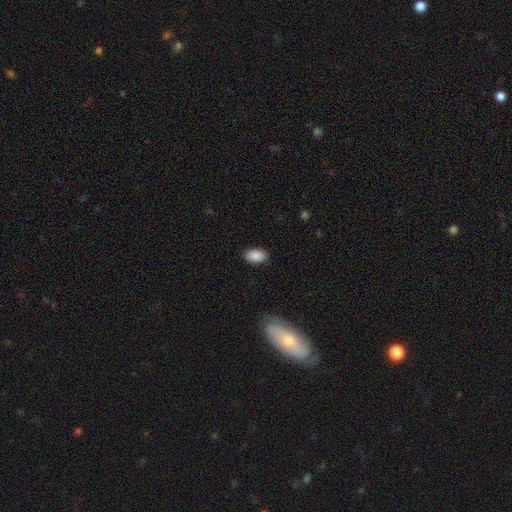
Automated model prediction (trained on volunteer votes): Overall: smooth (90%). How rounded: in between (91%). Merging: none (87%).